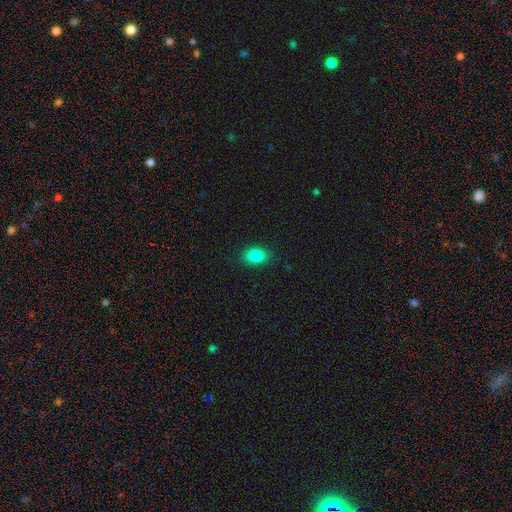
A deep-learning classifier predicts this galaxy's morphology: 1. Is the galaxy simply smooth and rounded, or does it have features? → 86% smooth, 9% star or artifact, 4% featured or disk.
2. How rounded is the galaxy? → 82% in between, 17% round, 1% cigar-shaped.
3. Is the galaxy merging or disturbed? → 87% none, 10% minor disturbance, 3% major disturbance, 1% merger.